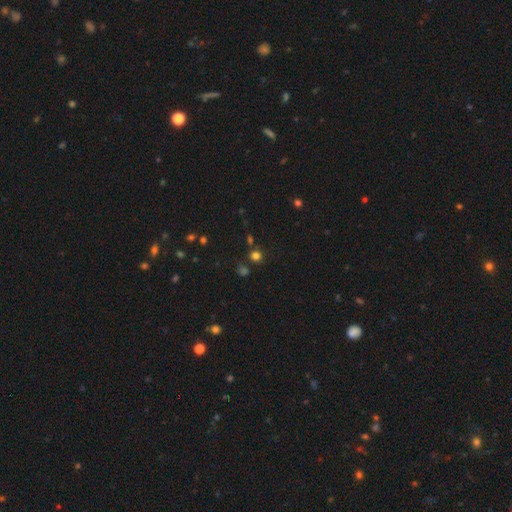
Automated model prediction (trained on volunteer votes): This appears to be a smooth galaxy with no disk features (72%) that is round (88%). Merging: none (79%).